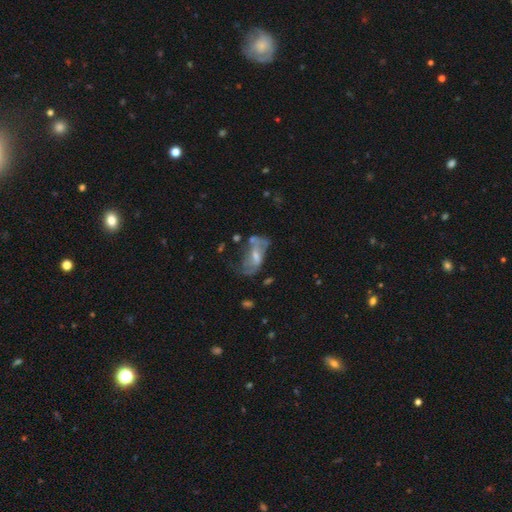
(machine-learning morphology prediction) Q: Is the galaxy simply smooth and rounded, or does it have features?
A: featured or disk — 67%.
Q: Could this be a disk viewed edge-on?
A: no — 94%.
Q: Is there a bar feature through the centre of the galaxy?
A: weak — 48%.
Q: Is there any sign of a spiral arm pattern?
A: yes — 67%.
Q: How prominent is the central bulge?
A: moderate — 45%.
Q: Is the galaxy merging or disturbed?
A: none — 38%.